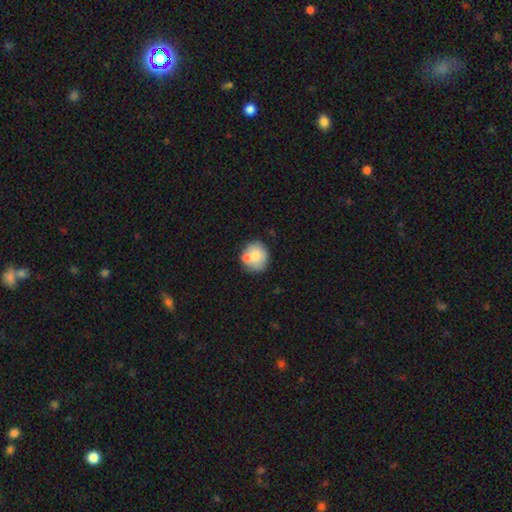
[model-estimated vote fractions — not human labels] Smooth or featured?
  - smooth: 73% *
  - featured or disk: 19%
  - star or artifact: 8%
How rounded?
  - round: 80% *
  - in between: 19%
  - cigar-shaped: 1%
Merging?
  - none: 62% *
  - merger: 20%
  - minor disturbance: 14%
  - major disturbance: 4%